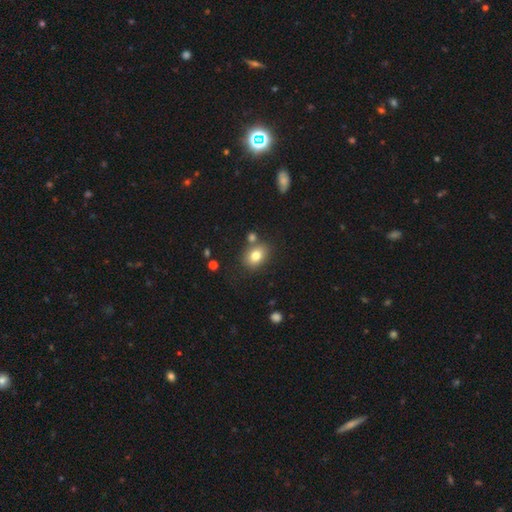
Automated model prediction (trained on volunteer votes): smooth 78%, featured or disk 11%, star or artifact 10%. Down the decision tree: how rounded — in between (66%); merging — none (71%).